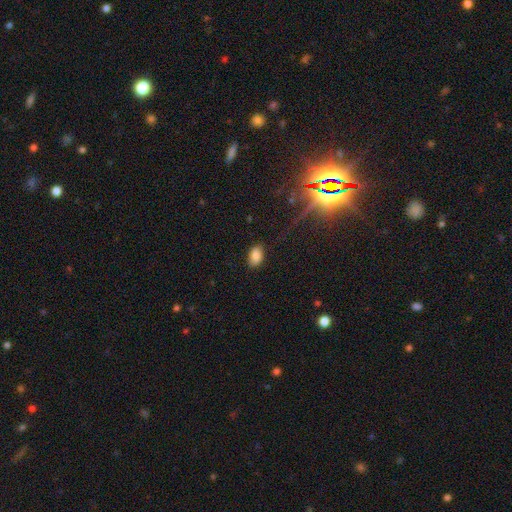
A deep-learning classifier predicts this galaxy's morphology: This appears to be a smooth galaxy with no disk features (83%) that is in between round and cigar-shaped (88%). Merging: none (81%).